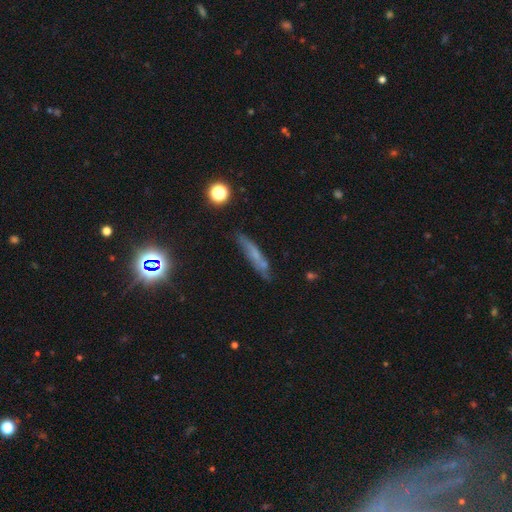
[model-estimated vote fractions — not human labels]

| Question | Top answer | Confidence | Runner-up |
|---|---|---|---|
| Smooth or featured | smooth | 48% | featured or disk (36%) |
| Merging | none | 71% | minor disturbance (20%) |